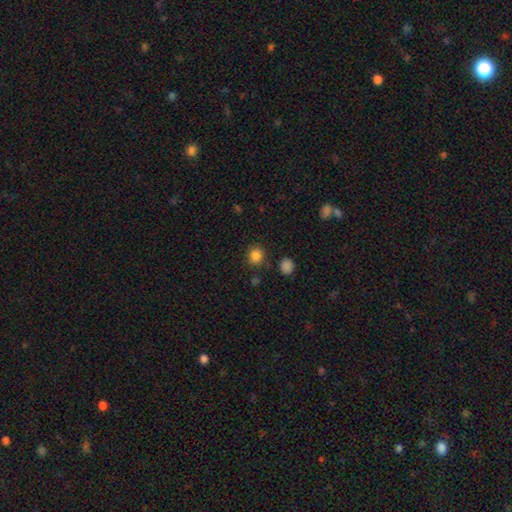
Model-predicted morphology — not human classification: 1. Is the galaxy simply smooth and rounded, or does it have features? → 84% smooth, 12% star or artifact, 4% featured or disk.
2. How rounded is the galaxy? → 85% round, 14% in between, 1% cigar-shaped.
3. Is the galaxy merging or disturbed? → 85% none, 8% minor disturbance, 4% merger, 3% major disturbance.